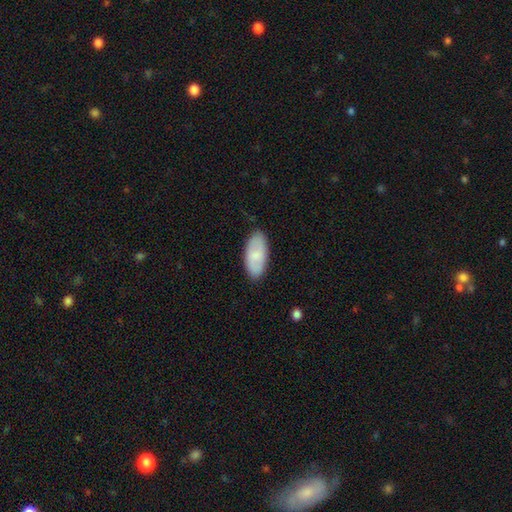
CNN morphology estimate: A smooth galaxy with no disk features (75%) that is in between round and cigar-shaped (92%). Merging: none (85%).